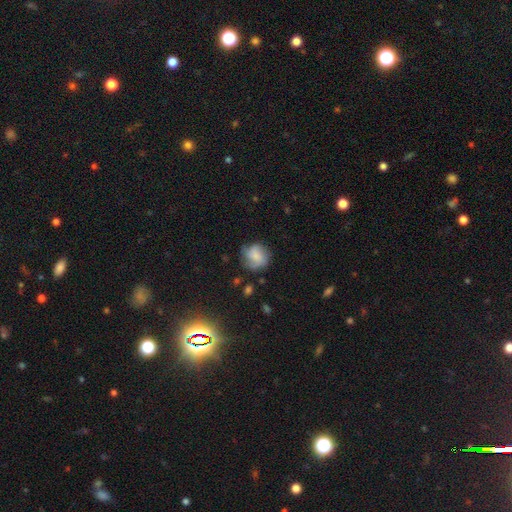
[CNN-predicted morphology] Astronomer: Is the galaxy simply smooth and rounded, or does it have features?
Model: smooth — 59%.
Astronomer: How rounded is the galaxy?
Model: round — 81%.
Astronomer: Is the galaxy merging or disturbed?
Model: none — 65%.